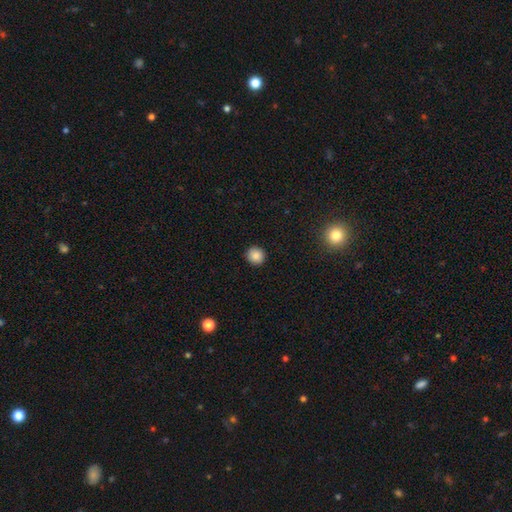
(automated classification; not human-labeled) smooth-or-featured: smooth: 87% | star or artifact: 10% | featured or disk: 4%
  how-rounded: round: 91% | in between: 8% | cigar-shaped: 1%
  merging: none: 92% | minor disturbance: 6% | major disturbance: 2% | merger: 1%